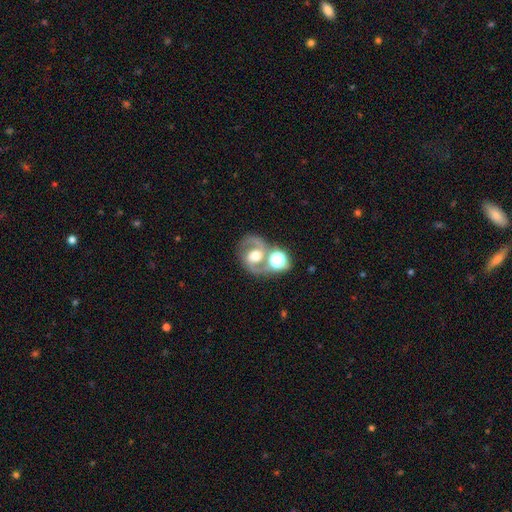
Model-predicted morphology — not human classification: Smooth or featured? featured or disk (77%)
Edge-on disk? no (97%)
Bar? no (43%)
Spiral arms? yes (92%)
Spiral winding? medium (60%)
Spiral arm count? 2 (91%)
Bulge size? moderate (65%)
Merging? none (65%)